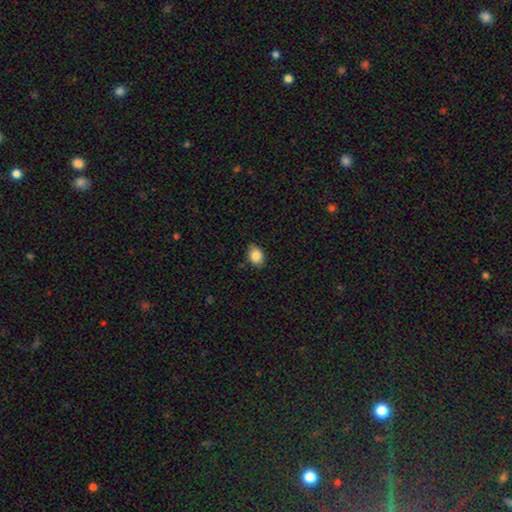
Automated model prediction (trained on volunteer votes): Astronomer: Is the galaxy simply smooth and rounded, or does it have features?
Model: smooth — 86%.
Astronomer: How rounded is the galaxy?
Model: in between — 77%.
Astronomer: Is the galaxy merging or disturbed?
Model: none — 85%.